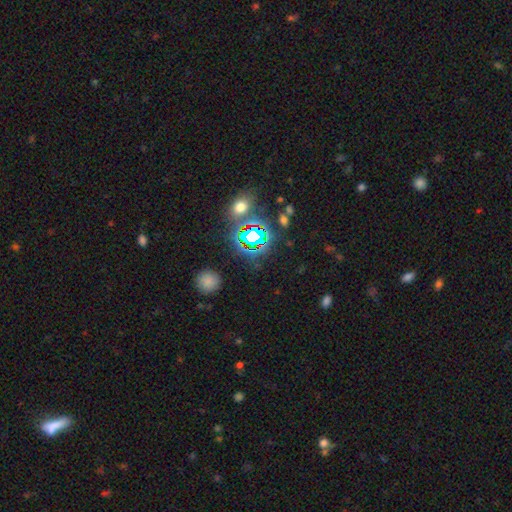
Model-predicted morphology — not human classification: The model was most divided on "smooth or featured": star or artifact: 74%, smooth: 18%, featured or disk: 8%.